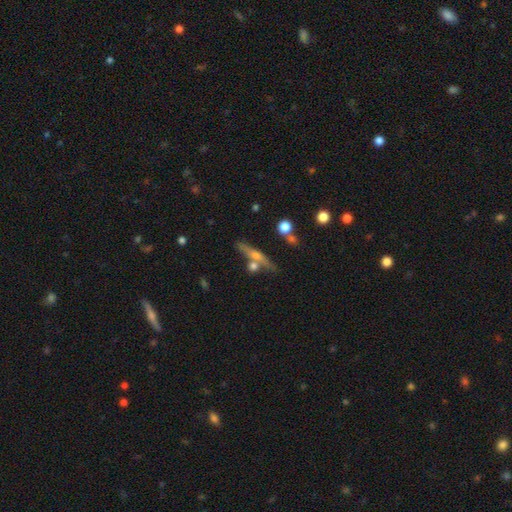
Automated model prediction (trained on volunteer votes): A featured or disk galaxy (54%) viewed edge-on (92%). Merging: none (73%).